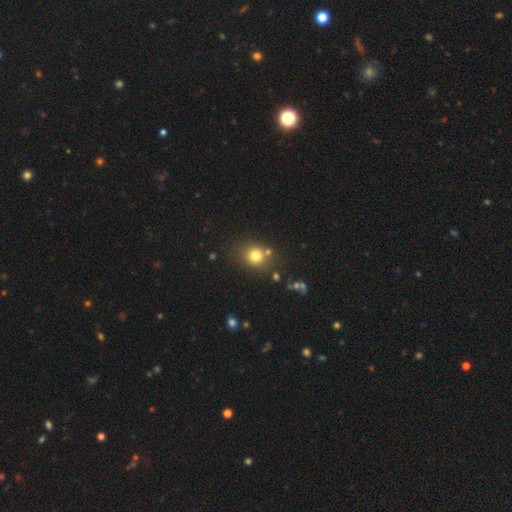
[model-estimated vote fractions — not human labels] A smooth galaxy with no disk features (77%) that is round (78%).

Vote fractions:
- Smooth or featured? smooth: 77% / star or artifact: 14% / featured or disk: 9%
- How rounded? round: 78% / in between: 21% / cigar-shaped: 1%
- Merging? none: 75% / minor disturbance: 11% / merger: 10% / major disturbance: 4%